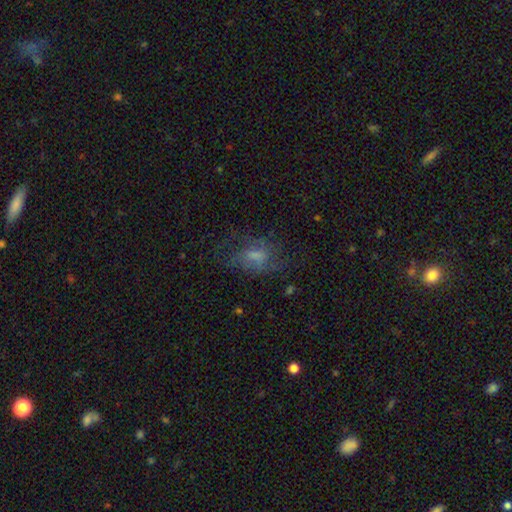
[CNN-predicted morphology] Q: Smooth or featured?
A: smooth (49%); runner-up: featured or disk (37%)
Q: Merging?
A: none (45%); runner-up: major disturbance (30%)